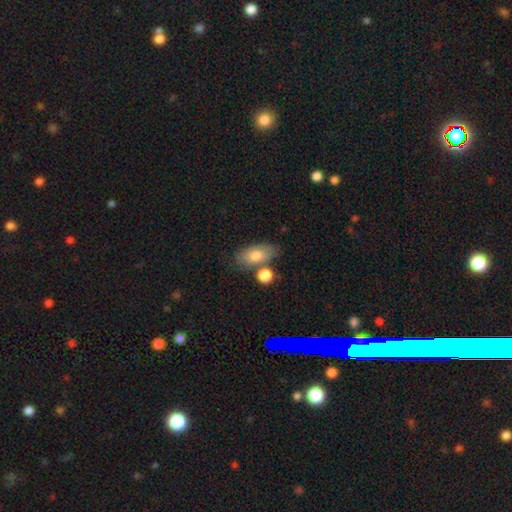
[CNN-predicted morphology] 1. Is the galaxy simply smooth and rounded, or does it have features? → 76% smooth, 16% featured or disk, 7% star or artifact.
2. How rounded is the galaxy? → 86% in between, 9% round, 5% cigar-shaped.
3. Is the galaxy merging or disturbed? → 62% none, 19% merger, 15% minor disturbance, 5% major disturbance.